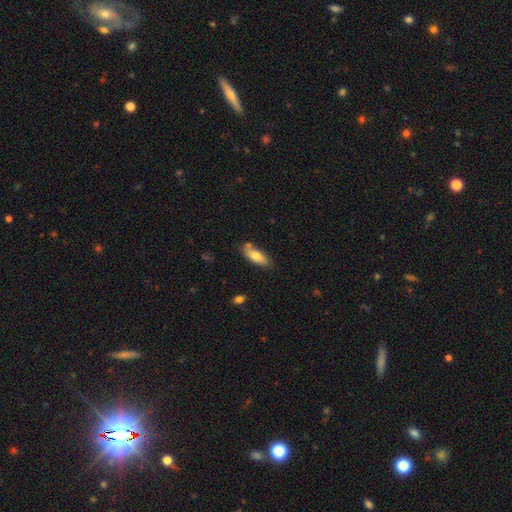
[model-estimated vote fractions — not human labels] This appears to be a smooth galaxy with no disk features (75%) that is in between round and cigar-shaped (72%). Merging: none (73%).